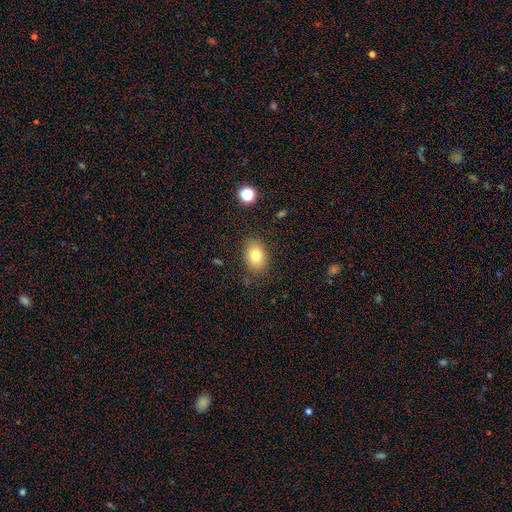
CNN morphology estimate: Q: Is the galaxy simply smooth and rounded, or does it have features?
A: smooth — 79%.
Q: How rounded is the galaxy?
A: in between — 75%.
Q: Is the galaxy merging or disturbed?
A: none — 84%.